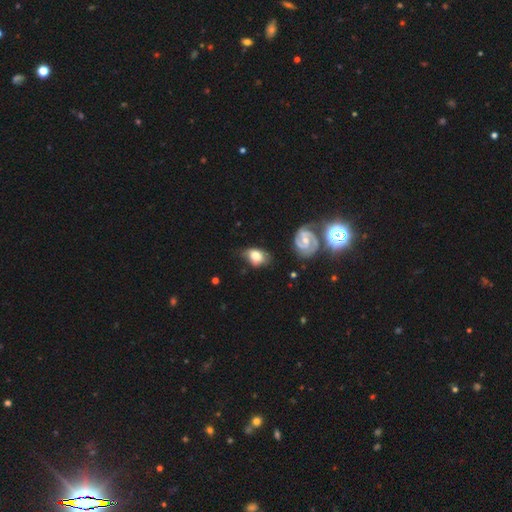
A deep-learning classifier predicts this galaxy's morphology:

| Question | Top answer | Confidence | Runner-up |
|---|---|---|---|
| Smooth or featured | smooth | 62% | featured or disk (30%) |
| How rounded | in between | 76% | round (22%) |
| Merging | none | 48% | minor disturbance (34%) |